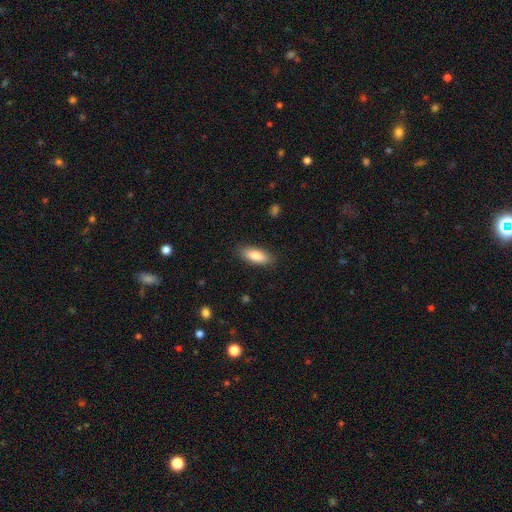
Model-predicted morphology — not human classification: Smooth or featured?
  - smooth: 83% *
  - featured or disk: 11%
  - star or artifact: 6%
How rounded?
  - in between: 69% *
  - cigar-shaped: 29%
  - round: 2%
Merging?
  - none: 88% *
  - minor disturbance: 9%
  - major disturbance: 2%
  - merger: 1%